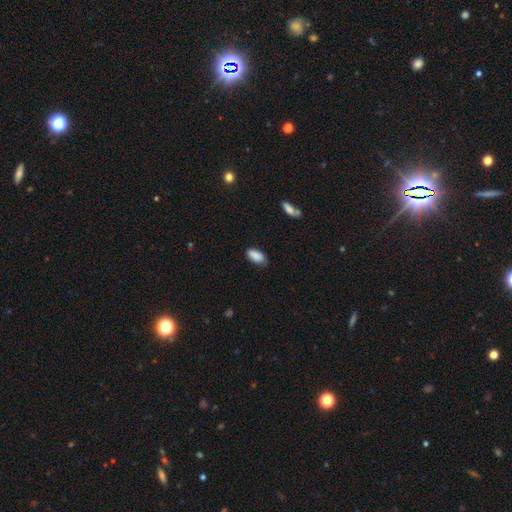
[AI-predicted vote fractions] smooth_or_featured: smooth (p=0.86) [alt: star or artifact p=0.07]
how_rounded: in between (p=0.92) [alt: cigar-shaped p=0.05]
merging: none (p=0.66) [alt: minor disturbance p=0.27]